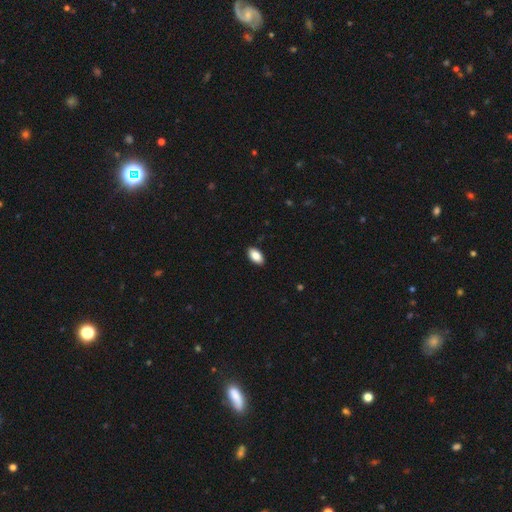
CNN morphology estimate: Overall: smooth (88%). How rounded: in between (94%). Merging: none (90%).